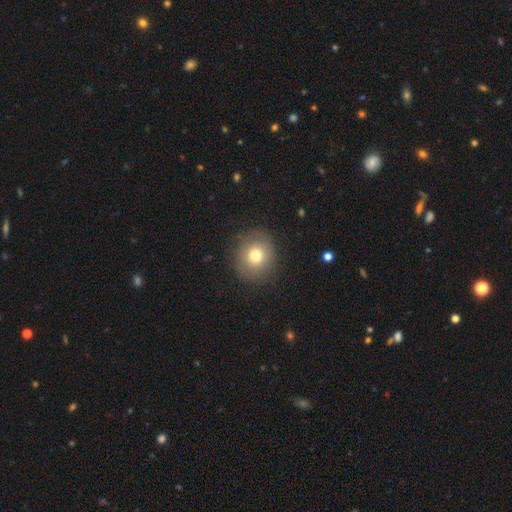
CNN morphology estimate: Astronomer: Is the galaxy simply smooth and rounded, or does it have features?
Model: smooth — 74%.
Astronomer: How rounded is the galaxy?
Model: round — 88%.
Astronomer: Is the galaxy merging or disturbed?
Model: none — 86%.